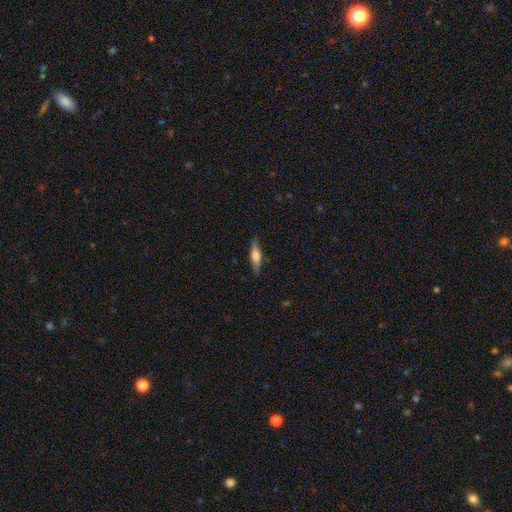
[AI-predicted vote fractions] A smooth galaxy with no disk features (59%) that is cigar-shaped (67%).

Vote fractions:
- Smooth or featured? smooth: 59% / featured or disk: 35% / star or artifact: 6%
- How rounded? cigar-shaped: 67% / in between: 31% / round: 2%
- Merging? none: 84% / minor disturbance: 13% / major disturbance: 3% / merger: 1%